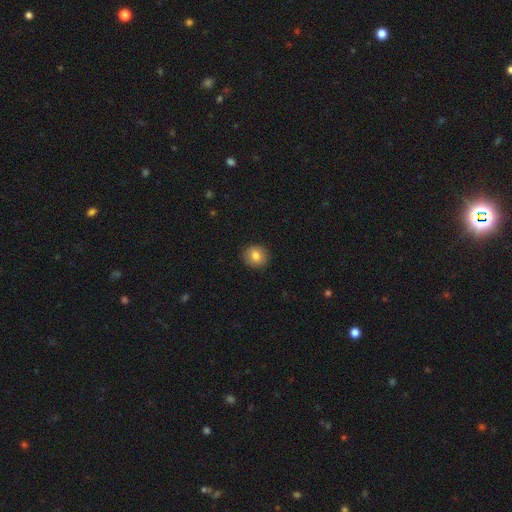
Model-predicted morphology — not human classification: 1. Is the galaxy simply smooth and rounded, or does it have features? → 80% smooth, 11% featured or disk, 9% star or artifact.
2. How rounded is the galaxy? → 84% round, 15% in between, 1% cigar-shaped.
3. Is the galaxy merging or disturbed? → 91% none, 7% minor disturbance, 2% major disturbance, 1% merger.